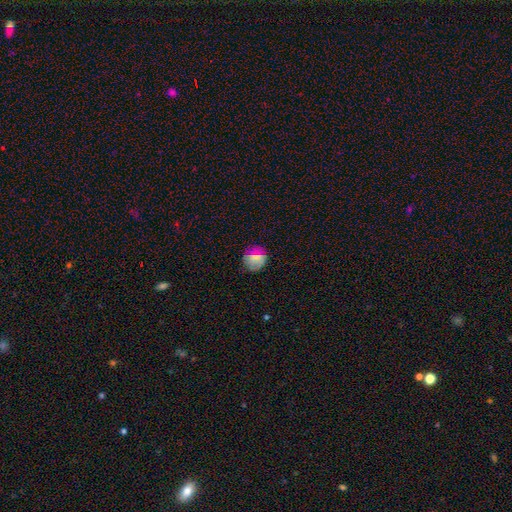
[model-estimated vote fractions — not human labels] Smooth or featured?
  - smooth: 68% *
  - featured or disk: 19%
  - star or artifact: 13%
How rounded?
  - round: 84% *
  - in between: 15%
  - cigar-shaped: 1%
Merging?
  - none: 79% *
  - minor disturbance: 15%
  - major disturbance: 4%
  - merger: 1%